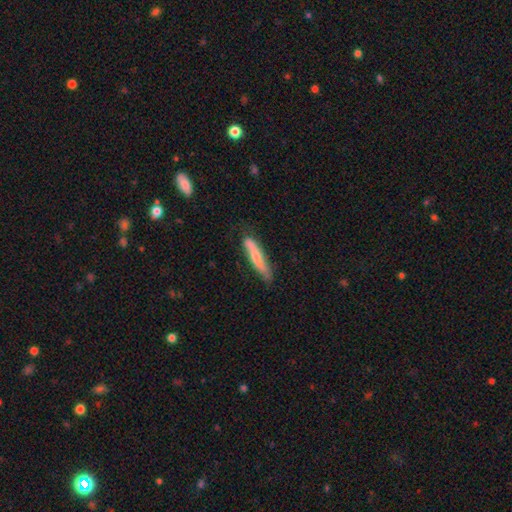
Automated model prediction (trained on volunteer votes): Morphology: type=smooth (53%); roundness=cigar-shaped (86%); merging=none (68%).